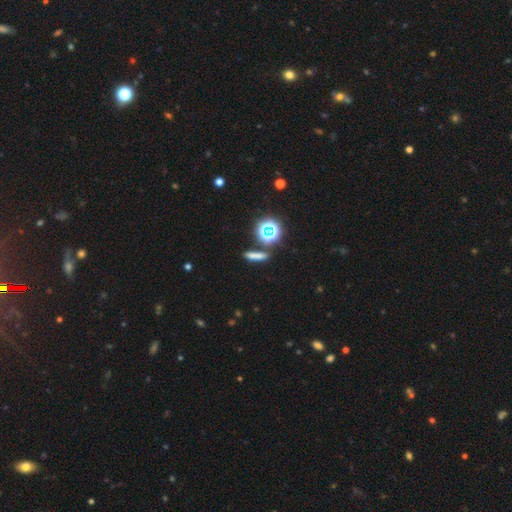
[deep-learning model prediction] Q: Smooth or featured?
A: smooth (63%); runner-up: star or artifact (22%)
Q: How rounded?
A: cigar-shaped (66%); runner-up: in between (18%)
Q: Merging?
A: none (77%); runner-up: merger (11%)